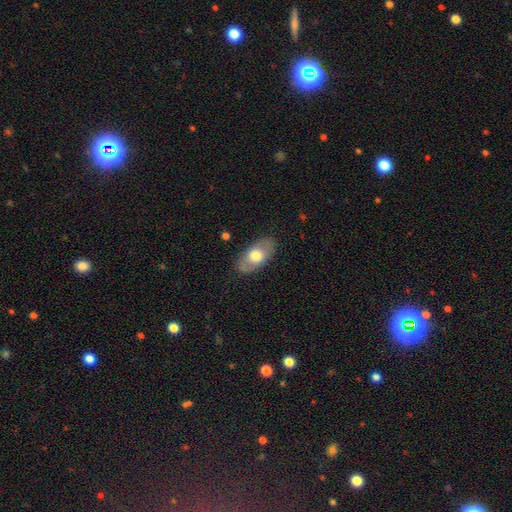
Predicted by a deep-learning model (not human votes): This is likely a smooth galaxy (61%). How rounded: clearly in between (92%). Merging: clearly none (83%).